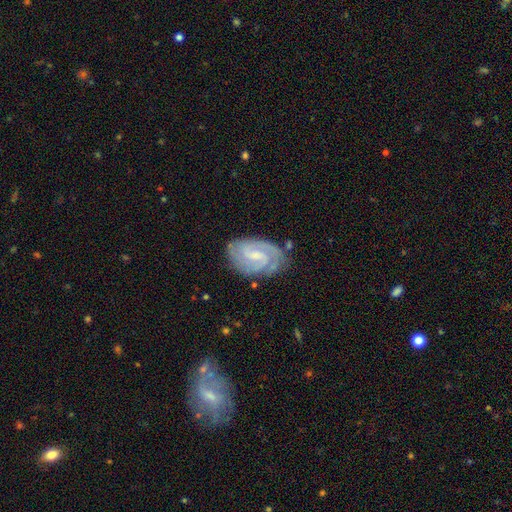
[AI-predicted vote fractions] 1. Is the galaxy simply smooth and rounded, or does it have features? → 85% featured or disk, 10% smooth, 5% star or artifact.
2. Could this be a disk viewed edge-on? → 97% no, 3% yes.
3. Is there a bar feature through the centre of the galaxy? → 58% weak, 21% no, 20% strong.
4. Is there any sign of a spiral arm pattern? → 97% yes, 3% no.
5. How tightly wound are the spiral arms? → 55% tight, 38% medium, 8% loose.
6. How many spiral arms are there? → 68% 2, 13% 3, 12% can't tell, 3% 1, 3% 4, 2% more than 4.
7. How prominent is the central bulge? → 53% small, 26% moderate, 18% none, 2% large, 1% dominant.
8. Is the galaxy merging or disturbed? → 77% none, 16% minor disturbance, 5% major disturbance, 2% merger.